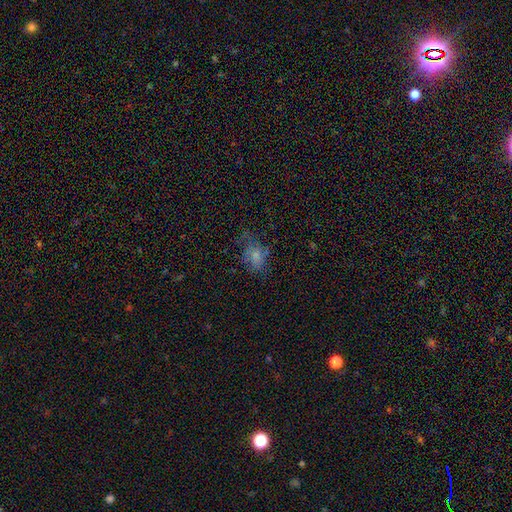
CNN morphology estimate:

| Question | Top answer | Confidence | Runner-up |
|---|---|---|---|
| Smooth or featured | smooth | 64% | featured or disk (22%) |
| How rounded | in between | 69% | round (29%) |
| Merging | none | 51% | minor disturbance (28%) |